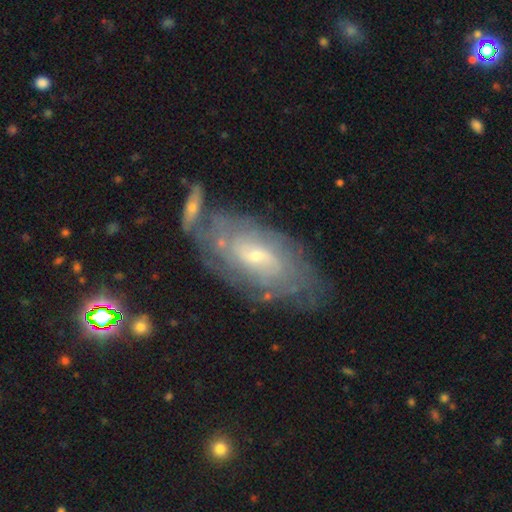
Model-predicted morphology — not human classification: A featured or disk galaxy (76%) with no bar (55%), tight (73%) spiral arms (87%) and a small central bulge (65%).

Vote fractions:
- Smooth or featured? featured or disk: 76% / smooth: 16% / star or artifact: 8%
- Edge-on disk? no: 92% / yes: 8%
- Bar? no: 55% / weak: 37% / strong: 8%
- Spiral arms? yes: 87% / no: 13%
- Spiral winding? tight: 73% / medium: 20% / loose: 6%
- Spiral arm count? can't tell: 64% / 2: 12% / 3: 7% / 4: 7% / more than 4: 5% / 1: 4%
- Bulge size? small: 65% / moderate: 30% / large: 2% / none: 1% / dominant: 1%
- Merging? none: 63% / minor disturbance: 17% / merger: 12% / major disturbance: 8%